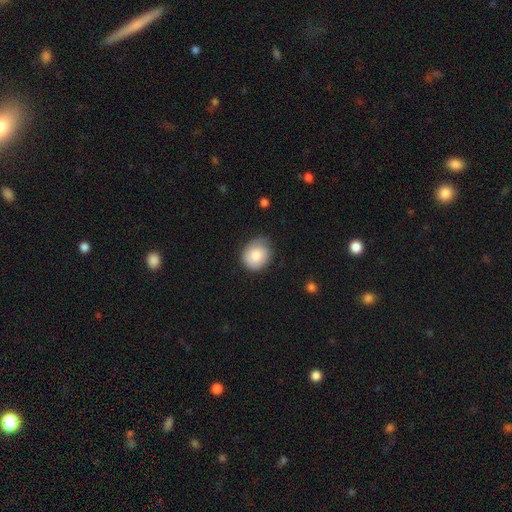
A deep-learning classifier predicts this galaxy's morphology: Smooth or featured? smooth (83%)
How rounded? round (65%)
Merging? none (69%)